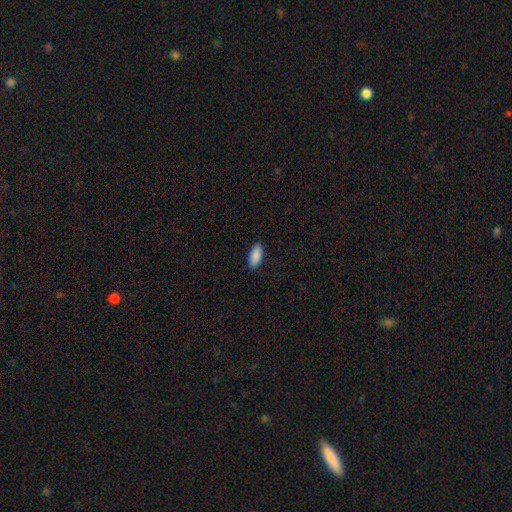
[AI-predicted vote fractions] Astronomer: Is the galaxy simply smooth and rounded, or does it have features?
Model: smooth — 90%.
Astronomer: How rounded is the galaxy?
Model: in between — 85%.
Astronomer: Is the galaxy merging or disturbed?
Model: none — 89%.